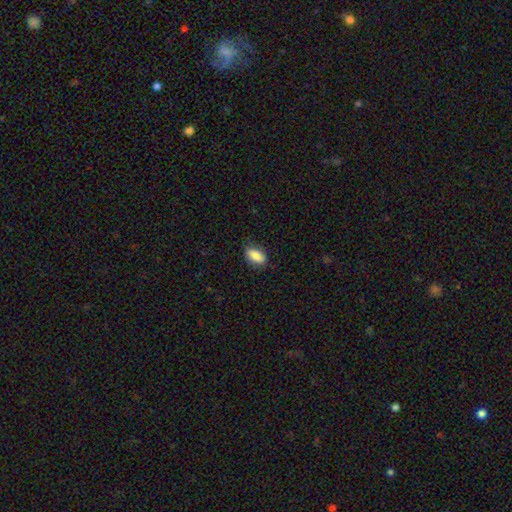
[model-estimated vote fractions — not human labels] smooth 83%, featured or disk 10%, star or artifact 7%. Down the decision tree: how rounded — in between (90%); merging — none (81%).